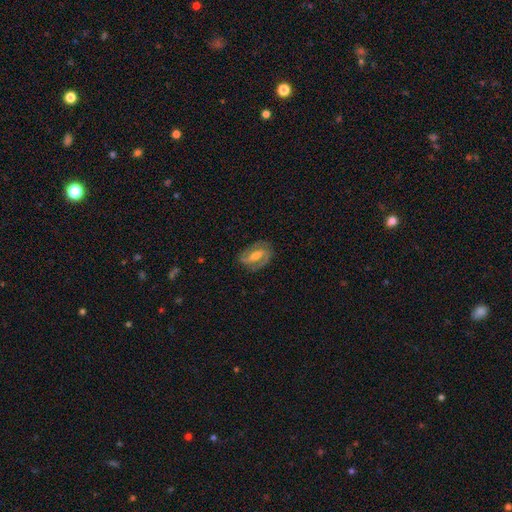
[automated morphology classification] A featured or disk galaxy (76%) with a strong bar (43%), 2 (85%) medium (45%) spiral arms (88%) and a moderate central bulge (61%). Merging: none (78%).